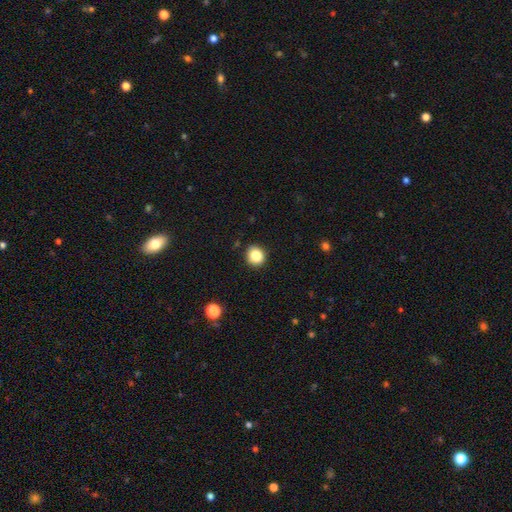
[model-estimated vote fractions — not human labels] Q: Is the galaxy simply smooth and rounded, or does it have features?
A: smooth — 85%.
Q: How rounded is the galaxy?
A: round — 85%.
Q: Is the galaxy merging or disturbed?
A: none — 90%.